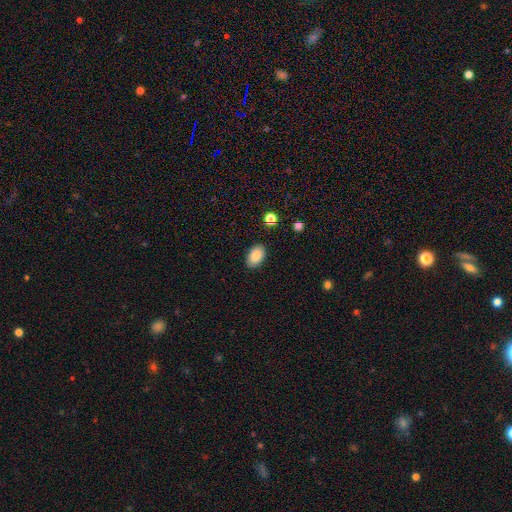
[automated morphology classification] Q: Smooth or featured?
A: smooth (87%); runner-up: star or artifact (8%)
Q: How rounded?
A: in between (91%); runner-up: round (8%)
Q: Merging?
A: none (88%); runner-up: minor disturbance (9%)